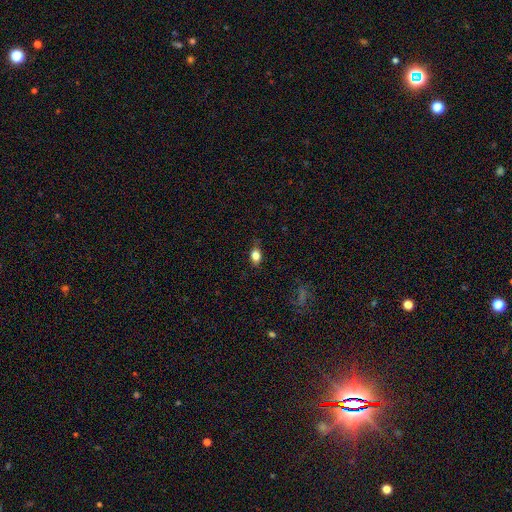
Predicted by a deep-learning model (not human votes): Q: Smooth or featured?
A: smooth (80%); runner-up: featured or disk (10%)
Q: How rounded?
A: in between (74%); runner-up: round (22%)
Q: Merging?
A: none (76%); runner-up: minor disturbance (19%)